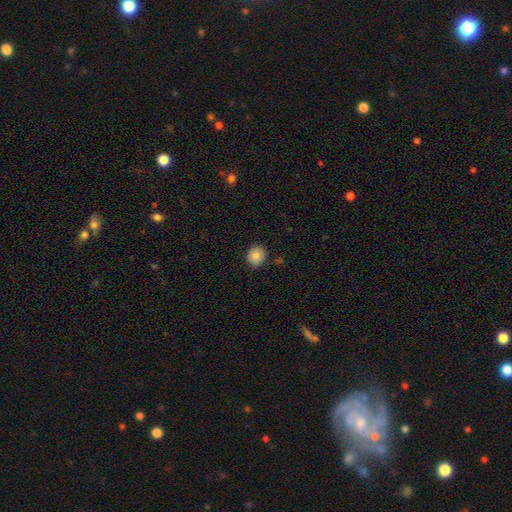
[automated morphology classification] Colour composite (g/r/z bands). It shows a smooth galaxy with no disk features (85%) that is round (81%). Merging: none (87%).